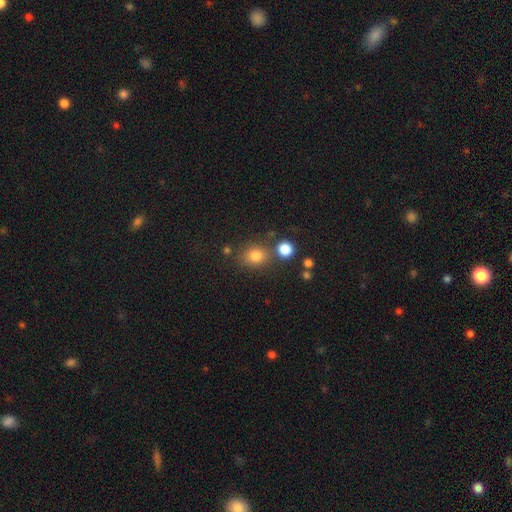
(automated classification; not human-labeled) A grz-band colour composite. It shows a smooth galaxy with no disk features (79%) that is round (65%). Merging: none (70%).